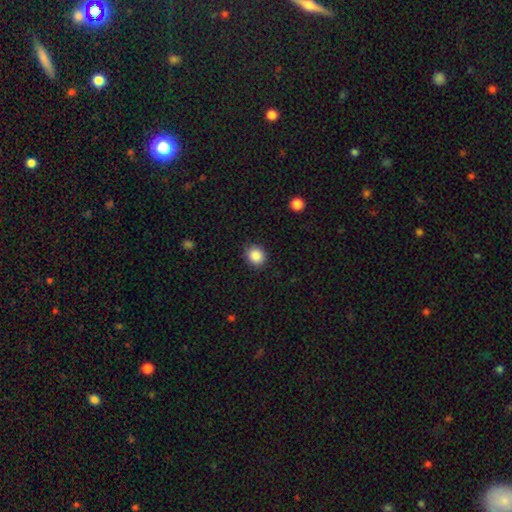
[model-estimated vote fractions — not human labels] Overall: smooth (88%). How rounded: round (79%). Merging: none (87%).